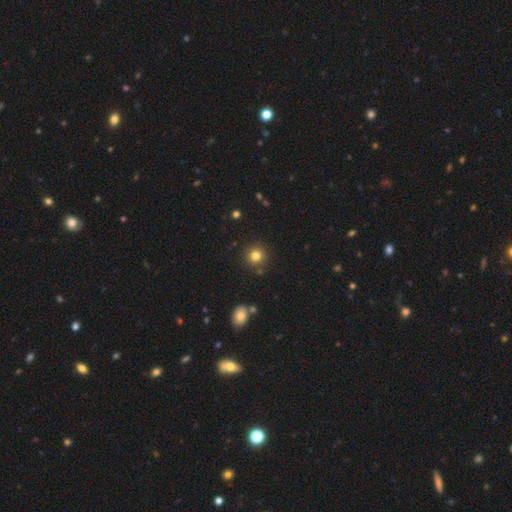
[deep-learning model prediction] A smooth galaxy with no disk features (81%) that is round (93%).

Vote fractions:
- Smooth or featured? smooth: 81% / star or artifact: 13% / featured or disk: 6%
- How rounded? round: 93% / in between: 6% / cigar-shaped: 1%
- Merging? none: 88% / minor disturbance: 7% / merger: 3% / major disturbance: 2%